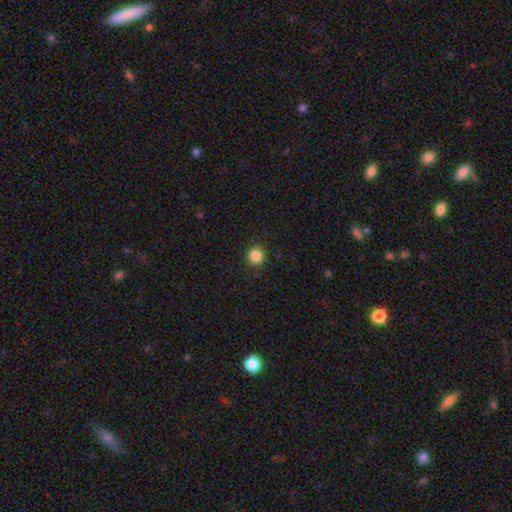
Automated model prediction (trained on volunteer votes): A smooth galaxy with no disk features (85%) that is round (93%).

Vote fractions:
- Smooth or featured? smooth: 85% / star or artifact: 11% / featured or disk: 4%
- How rounded? round: 93% / in between: 6% / cigar-shaped: 1%
- Merging? none: 91% / minor disturbance: 6% / major disturbance: 2% / merger: 1%